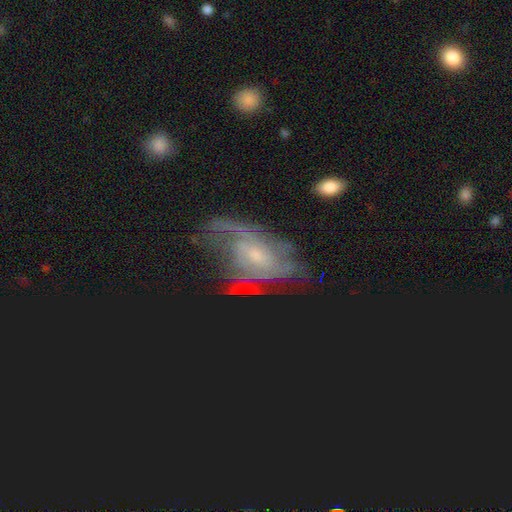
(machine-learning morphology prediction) Smooth or featured: featured or disk — 72% (star or artifact — 16%)
Edge-on disk: no — 94% (yes — 6%)
Bar: no — 56% (weak — 35%)
Spiral arms: yes — 88% (no — 12%)
Spiral winding: medium — 43% (tight — 32%)
Spiral arm count: can't tell — 36% (2 — 32%)
Bulge size: small — 59% (moderate — 32%)
Merging: none — 55% (minor disturbance — 21%)